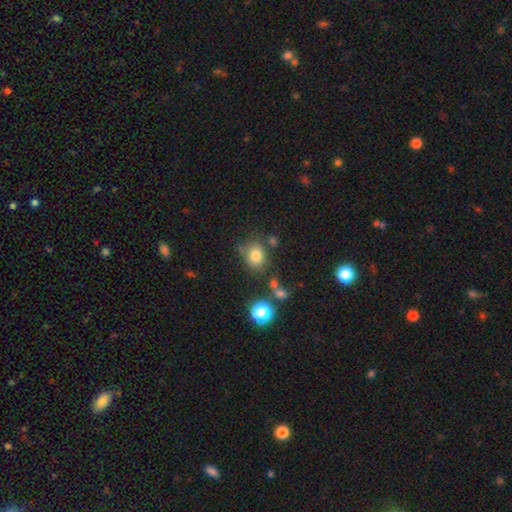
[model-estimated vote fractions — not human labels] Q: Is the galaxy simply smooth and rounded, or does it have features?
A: smooth — 79%.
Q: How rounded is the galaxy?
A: round — 53%.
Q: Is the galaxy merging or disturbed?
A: none — 70%.